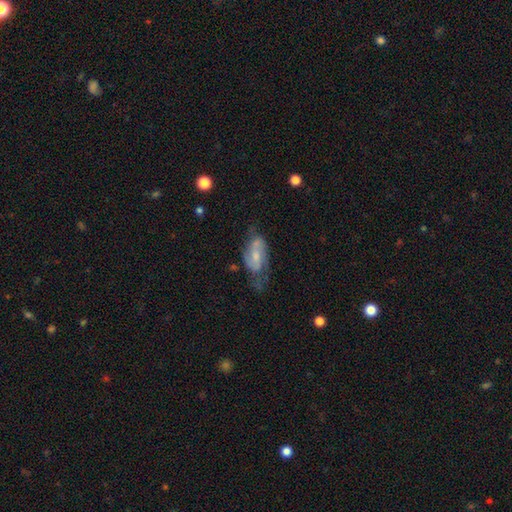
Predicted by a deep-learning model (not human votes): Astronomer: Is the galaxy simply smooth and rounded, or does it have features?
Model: featured or disk — 72%.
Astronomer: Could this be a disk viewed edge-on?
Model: no — 94%.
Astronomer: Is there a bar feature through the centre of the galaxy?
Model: weak — 46% (runner-up: no, 41%).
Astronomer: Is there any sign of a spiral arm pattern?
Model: yes — 90%.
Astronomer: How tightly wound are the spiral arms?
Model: medium — 48% (runner-up: loose, 26%).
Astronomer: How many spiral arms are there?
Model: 2 — 79%.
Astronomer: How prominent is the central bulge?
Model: small — 49% (runner-up: moderate, 39%).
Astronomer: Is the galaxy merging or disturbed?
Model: none — 52%.